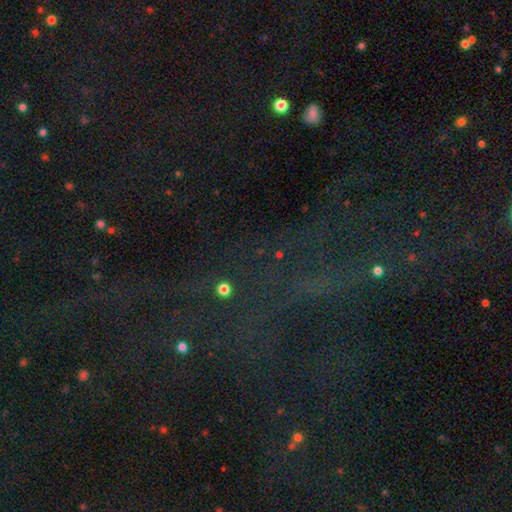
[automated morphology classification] Q: Smooth or featured?
A: star or artifact (74%); runner-up: smooth (15%)